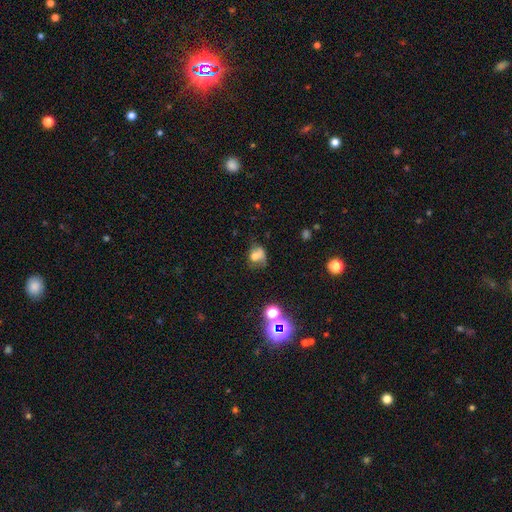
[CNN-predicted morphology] smooth_or_featured: smooth (p=0.59) [alt: featured or disk p=0.24]
how_rounded: round (p=0.53) [alt: in between p=0.46]
merging: none (p=0.30) [alt: merger p=0.26]